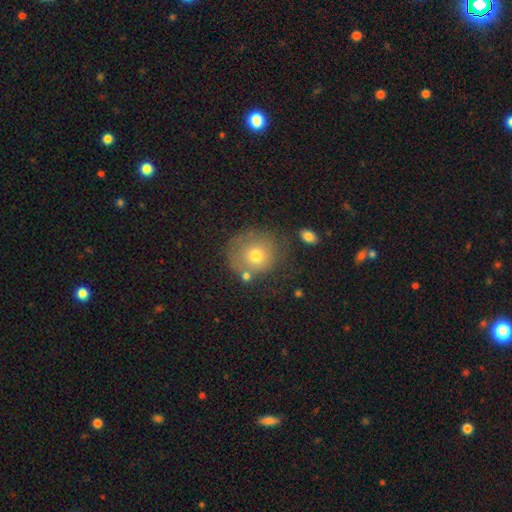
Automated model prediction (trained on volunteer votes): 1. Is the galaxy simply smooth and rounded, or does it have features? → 69% smooth, 20% featured or disk, 11% star or artifact.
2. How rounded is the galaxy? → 88% round, 11% in between, 1% cigar-shaped.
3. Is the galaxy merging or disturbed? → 64% none, 19% minor disturbance, 10% major disturbance, 7% merger.